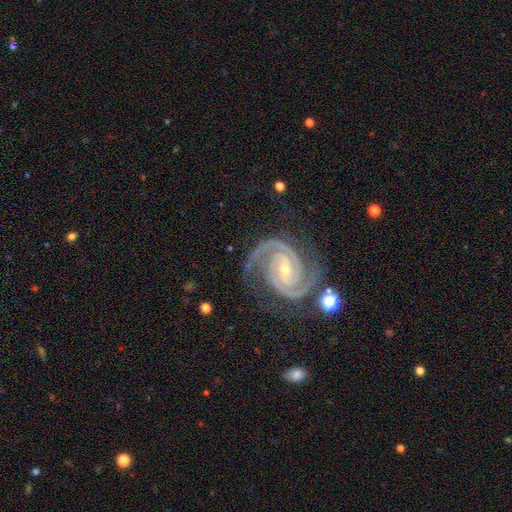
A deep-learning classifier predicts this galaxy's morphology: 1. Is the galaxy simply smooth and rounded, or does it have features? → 93% featured or disk, 4% star or artifact, 2% smooth.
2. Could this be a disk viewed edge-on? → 98% no, 2% yes.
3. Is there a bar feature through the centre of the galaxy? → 45% no, 32% weak, 23% strong.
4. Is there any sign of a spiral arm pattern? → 99% yes, 1% no.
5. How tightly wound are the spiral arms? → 64% tight, 33% medium, 3% loose.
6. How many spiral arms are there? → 85% 2, 8% 3, 2% can't tell, 2% 4, 2% 1, 2% more than 4.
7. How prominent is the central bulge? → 66% small, 31% moderate, 1% large, 1% none, 1% dominant.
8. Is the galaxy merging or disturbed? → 77% none, 15% minor disturbance, 5% major disturbance, 3% merger.